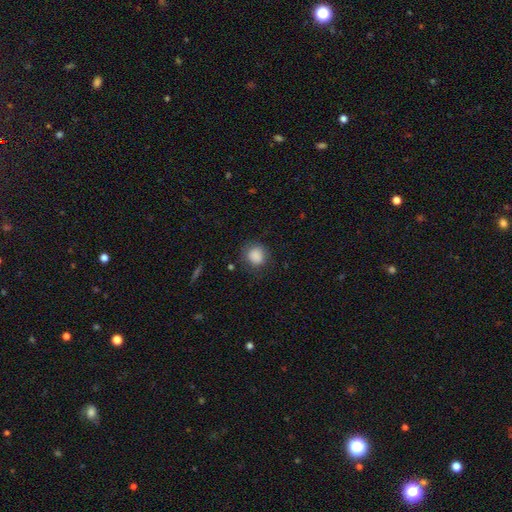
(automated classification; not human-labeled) Overall: smooth (87%). How rounded: round (81%). Merging: none (79%).